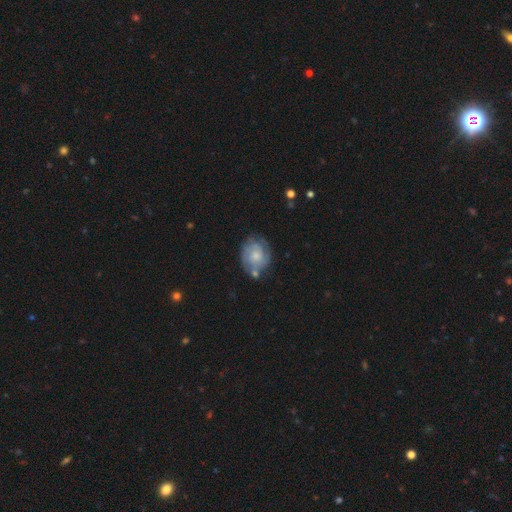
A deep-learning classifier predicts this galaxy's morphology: This appears to be a featured or disk galaxy (60%) with no bar (79%), spiral arms (80%) and a small central bulge (45%). Merging: none (59%).